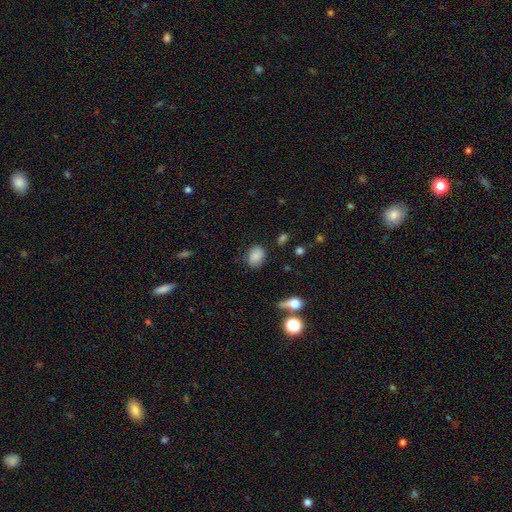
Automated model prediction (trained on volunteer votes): Morphology: type=smooth (81%); roundness=in between (75%); merging=none (76%).